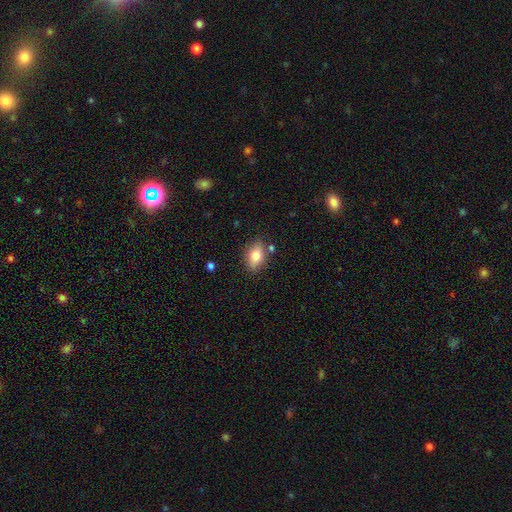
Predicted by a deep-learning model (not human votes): Smooth or featured? smooth (73%)
How rounded? in between (82%)
Merging? none (79%)